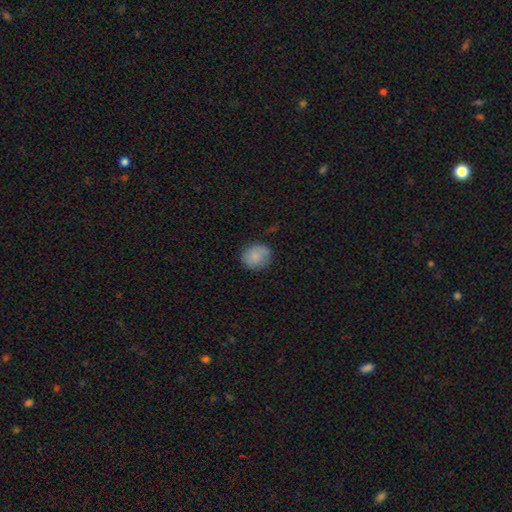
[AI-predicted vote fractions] This appears to be a smooth galaxy with no disk features (82%) that is round (73%). Merging: none (78%).